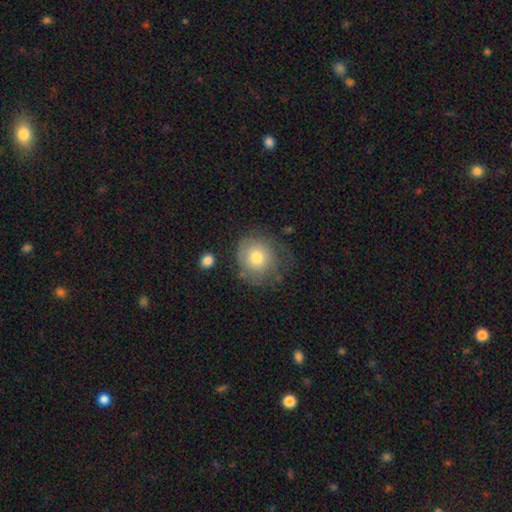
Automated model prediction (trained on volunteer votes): Smooth or featured?
  - smooth: 67% *
  - featured or disk: 24%
  - star or artifact: 9%
How rounded?
  - round: 82% *
  - in between: 17%
  - cigar-shaped: 1%
Merging?
  - none: 62% *
  - minor disturbance: 23%
  - major disturbance: 12%
  - merger: 2%